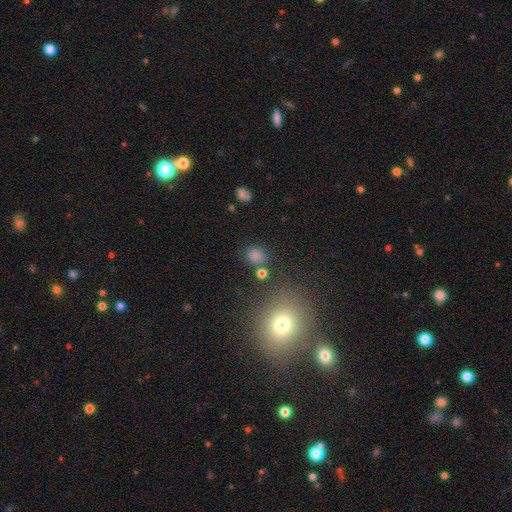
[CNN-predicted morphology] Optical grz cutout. It shows a smooth galaxy with no disk features (76%) that is round (76%). Merging: none (75%).